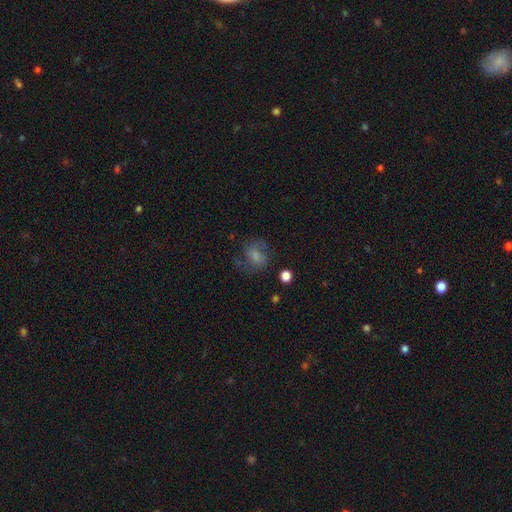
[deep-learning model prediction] Smooth or featured? Predicted: smooth (p=0.52). How rounded? Predicted: round (p=0.59). Merging? Predicted: none (p=0.54).